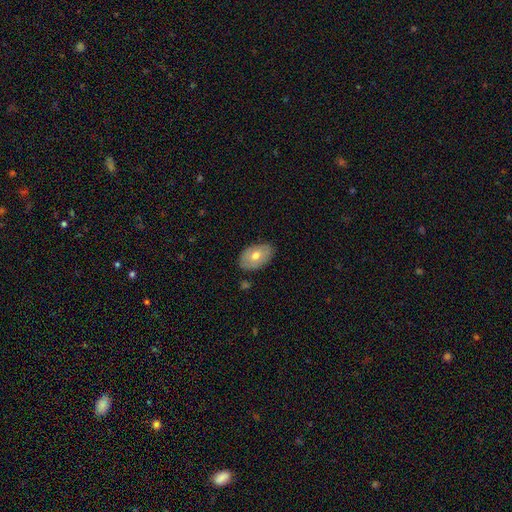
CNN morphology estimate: Smooth or featured? smooth (64%)
How rounded? in between (89%)
Merging? none (82%)